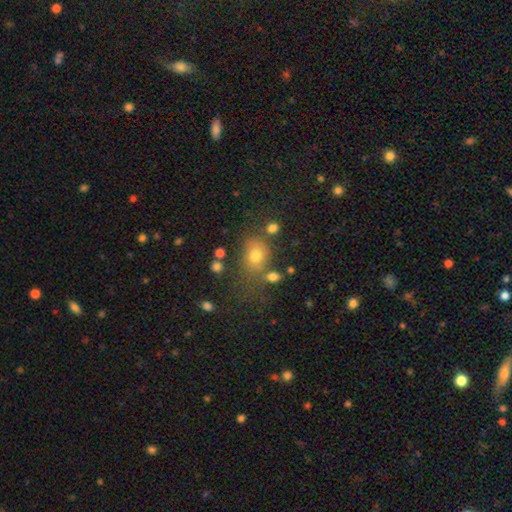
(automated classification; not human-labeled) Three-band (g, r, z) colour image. It shows a smooth galaxy with no disk features (71%) that is in between round and cigar-shaped (53%). Merging: none (64%).